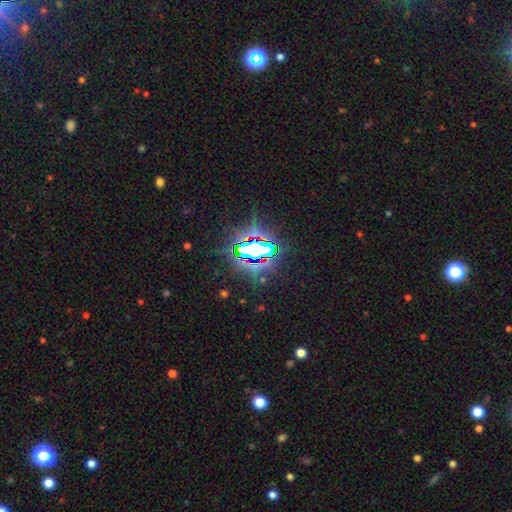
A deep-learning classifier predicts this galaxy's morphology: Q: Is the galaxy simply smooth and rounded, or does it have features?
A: star or artifact — 83%.